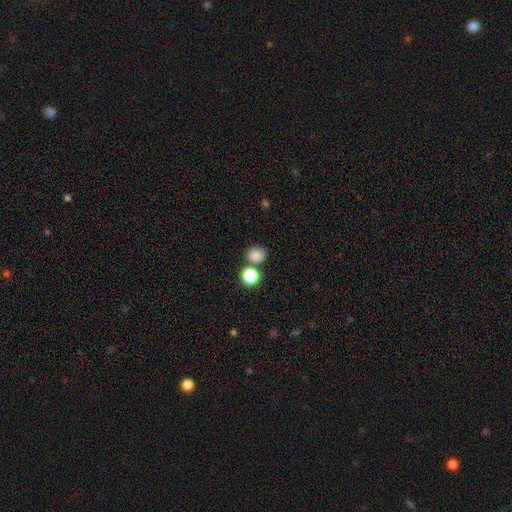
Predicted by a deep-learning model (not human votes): A smooth galaxy with no disk features (81%) that is round (72%).

Vote fractions:
- Smooth or featured? smooth: 81% / star or artifact: 14% / featured or disk: 5%
- How rounded? round: 72% / in between: 27% / cigar-shaped: 1%
- Merging? none: 67% / merger: 19% / minor disturbance: 10% / major disturbance: 4%